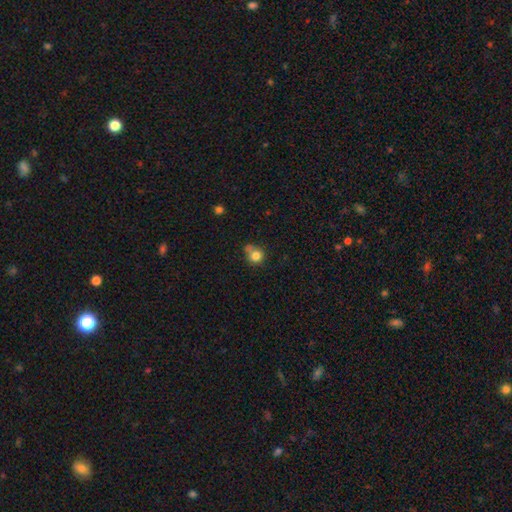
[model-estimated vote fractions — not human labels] smooth 80%, star or artifact 11%, featured or disk 9%. Down the decision tree: how rounded — round (80%); merging — none (47%).